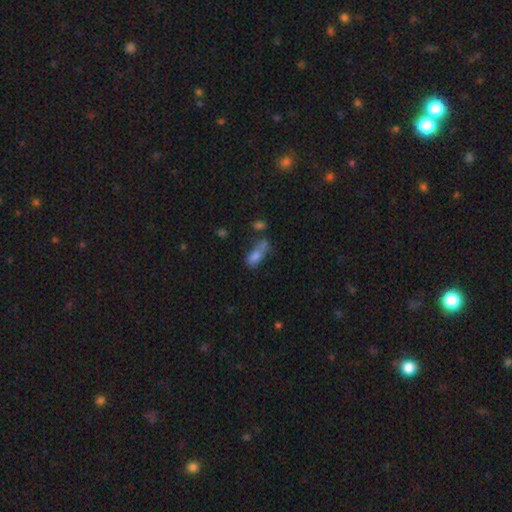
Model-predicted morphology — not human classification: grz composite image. It shows a smooth galaxy with no disk features (72%) that is in between round and cigar-shaped (74%). Merging: none (31%, tied with merger).